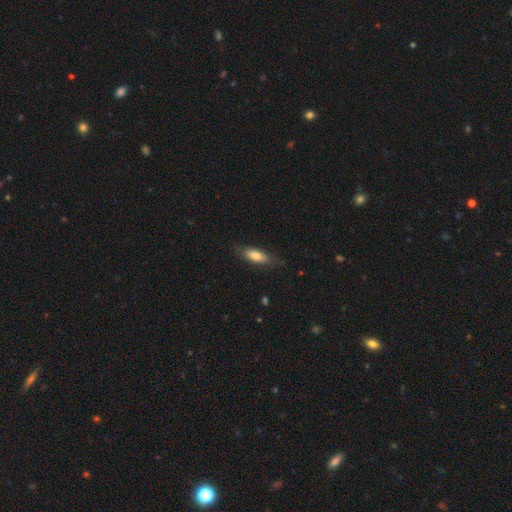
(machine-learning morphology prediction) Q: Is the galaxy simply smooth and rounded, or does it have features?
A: smooth — 73%.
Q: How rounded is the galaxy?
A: in between — 69%.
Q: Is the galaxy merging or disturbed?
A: none — 78%.